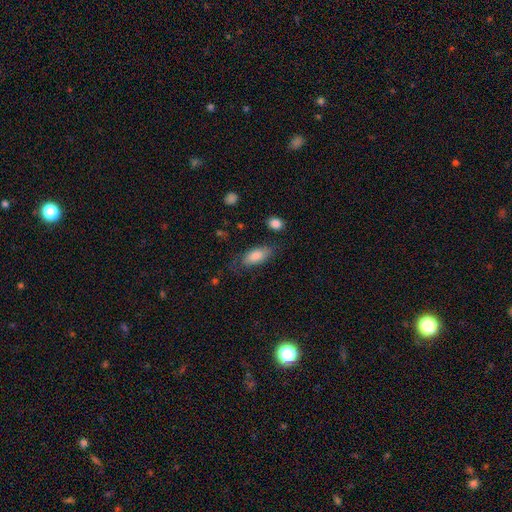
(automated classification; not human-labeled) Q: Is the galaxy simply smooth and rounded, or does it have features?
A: smooth — 72%.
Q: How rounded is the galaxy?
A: in between — 81%.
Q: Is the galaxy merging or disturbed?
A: none — 69%.